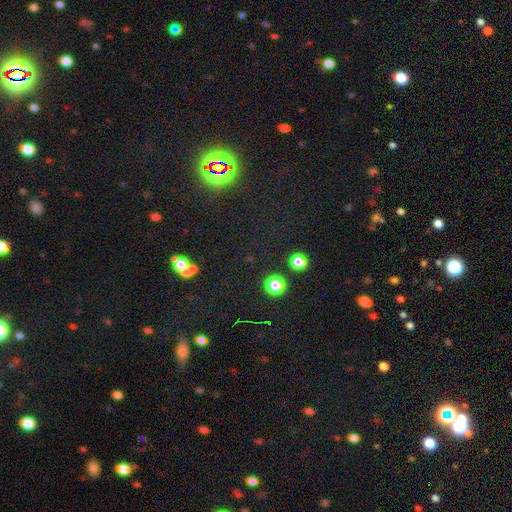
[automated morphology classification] A star or artifact, not a galaxy (75%).